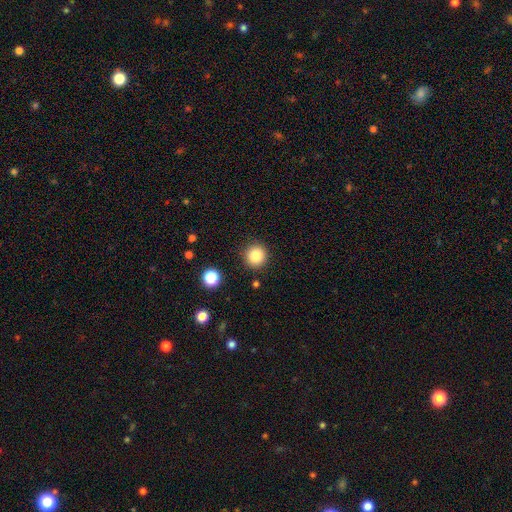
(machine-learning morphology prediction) A smooth galaxy with no disk features (84%) that is round (93%). Merging: none (89%).